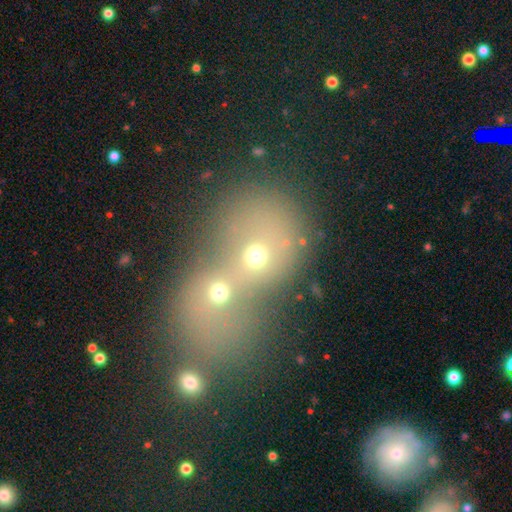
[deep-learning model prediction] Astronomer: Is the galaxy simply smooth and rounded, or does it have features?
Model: smooth — 44% (runner-up: star or artifact, 33%).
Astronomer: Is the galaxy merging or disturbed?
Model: merger — 72%.